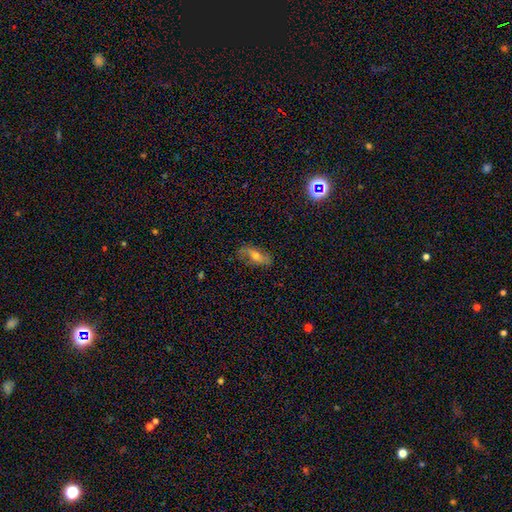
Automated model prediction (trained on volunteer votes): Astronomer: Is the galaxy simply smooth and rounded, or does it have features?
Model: featured or disk — 47% (runner-up: smooth, 42%).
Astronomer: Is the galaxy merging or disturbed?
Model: none — 76%.